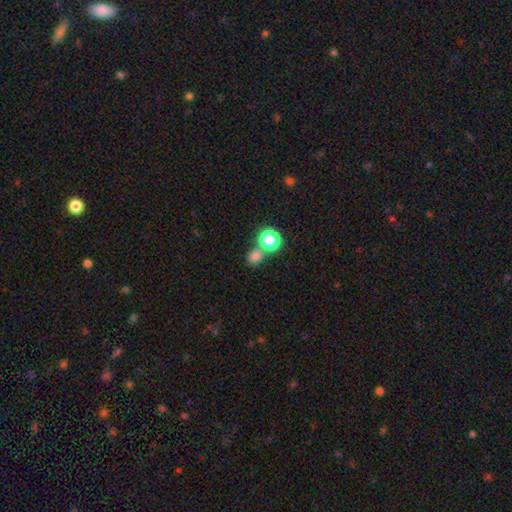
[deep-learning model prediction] A smooth galaxy with no disk features (75%) that is round (72%). Merging: none (63%).